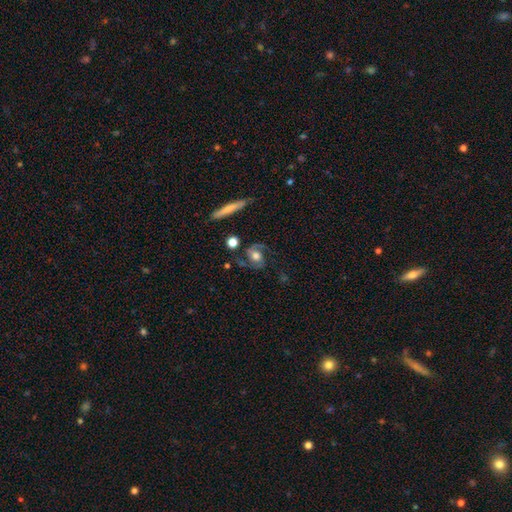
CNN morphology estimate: Smooth or featured? Predicted: featured or disk (p=0.79). Edge-on disk? Predicted: no (p=0.95). Bar? Predicted: no (p=0.64). Spiral arms? Predicted: yes (p=0.94). Spiral winding? Predicted: medium (p=0.53). Spiral arm count? Predicted: 2 (p=0.91). Bulge size? Predicted: moderate (p=0.52). Merging? Predicted: none (p=0.67).